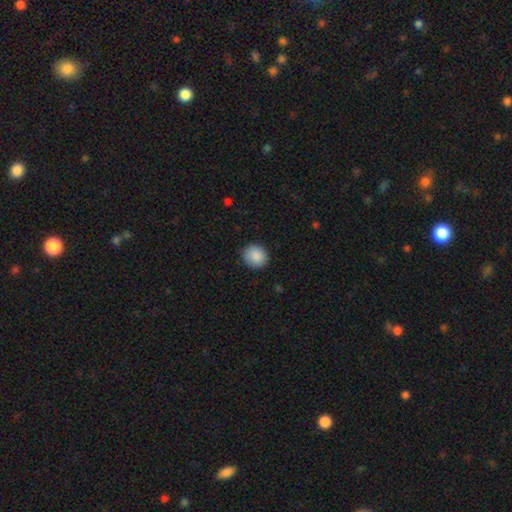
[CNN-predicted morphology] This is clearly a smooth galaxy (89%). How rounded: likely round (79%). Merging: clearly none (88%).